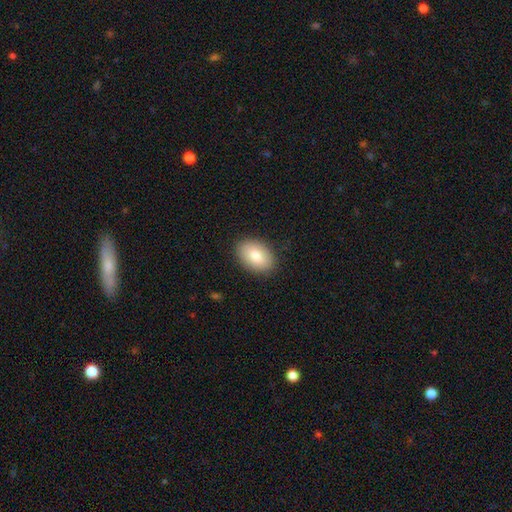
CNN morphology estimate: Smooth or featured? Predicted: smooth (p=0.81). How rounded? Predicted: in between (p=0.89). Merging? Predicted: none (p=0.87).